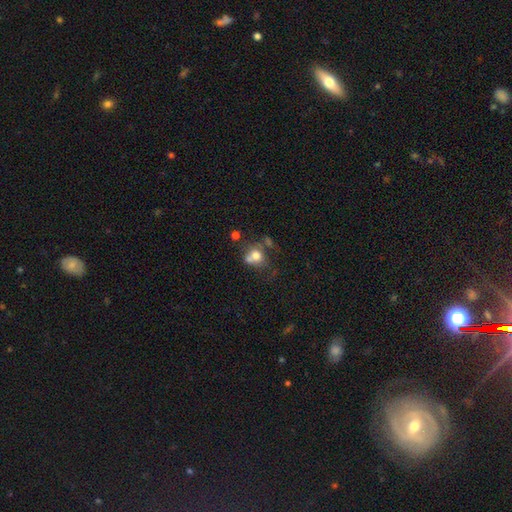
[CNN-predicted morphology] Q: Smooth or featured?
A: smooth (69%); runner-up: featured or disk (19%)
Q: How rounded?
A: round (66%); runner-up: in between (33%)
Q: Merging?
A: merger (38%); runner-up: none (36%)